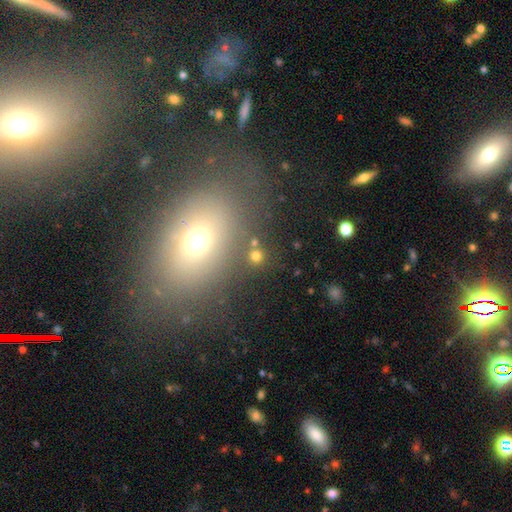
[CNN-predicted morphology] Overall: smooth (70%). How rounded: round (88%). Merging: none (82%).